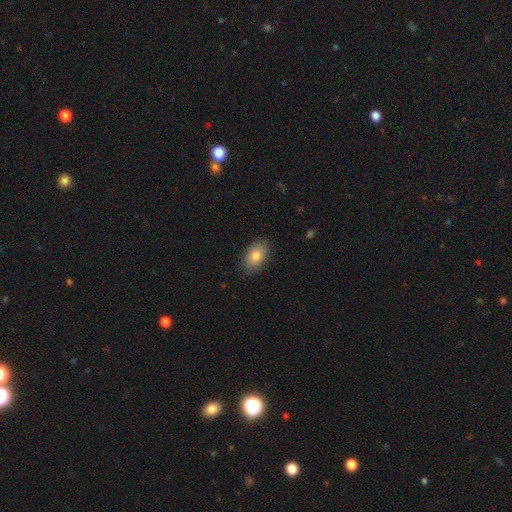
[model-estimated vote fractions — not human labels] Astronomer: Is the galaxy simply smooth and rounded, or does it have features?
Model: smooth — 83%.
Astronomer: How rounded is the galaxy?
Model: in between — 91%.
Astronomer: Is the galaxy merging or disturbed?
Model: none — 85%.